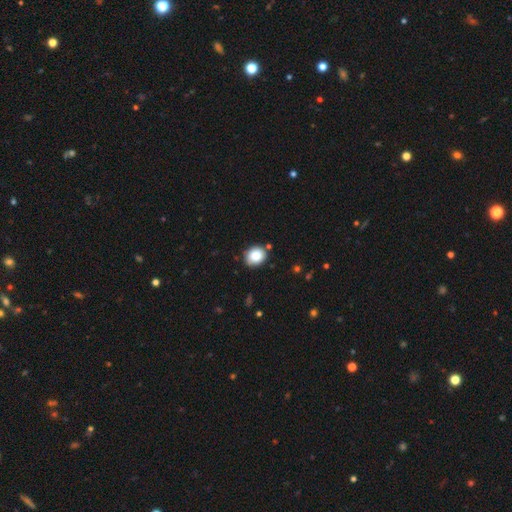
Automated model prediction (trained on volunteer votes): This appears to be a smooth galaxy with no disk features (86%) that is round (70%). Merging: none (82%).